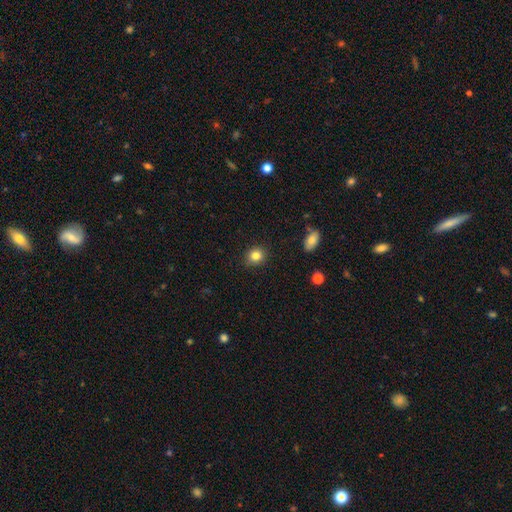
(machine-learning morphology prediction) This appears to be a smooth galaxy with no disk features (83%) that is round (77%). Merging: none (89%).